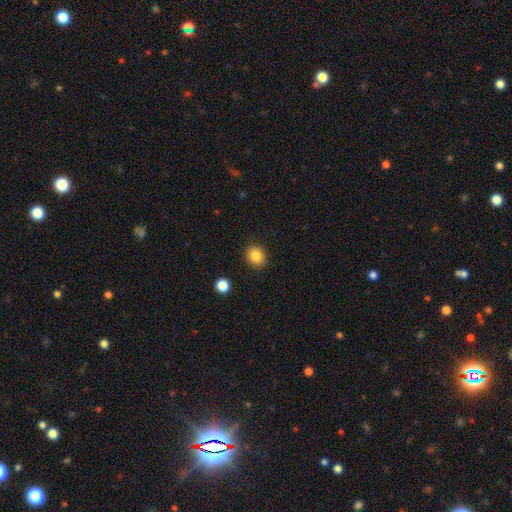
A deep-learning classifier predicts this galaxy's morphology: Smooth or featured: smooth — 85% (star or artifact — 10%)
How rounded: round — 71% (in between — 28%)
Merging: none — 90% (minor disturbance — 7%)